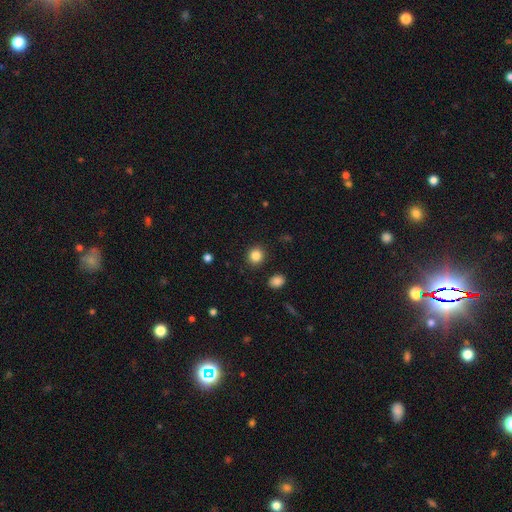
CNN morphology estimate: smooth-or-featured: smooth: 85% | star or artifact: 10% | featured or disk: 5%
  how-rounded: round: 87% | in between: 12% | cigar-shaped: 1%
  merging: none: 90% | minor disturbance: 6% | major disturbance: 2% | merger: 2%